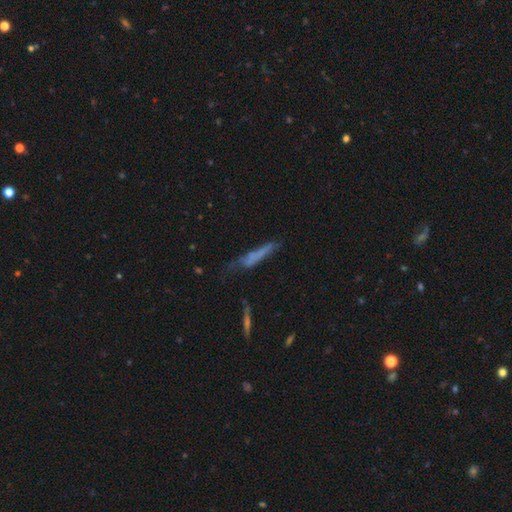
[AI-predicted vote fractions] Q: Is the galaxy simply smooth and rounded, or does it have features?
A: smooth — 57%.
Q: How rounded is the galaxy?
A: cigar-shaped — 88%.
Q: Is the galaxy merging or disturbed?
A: none — 43%.